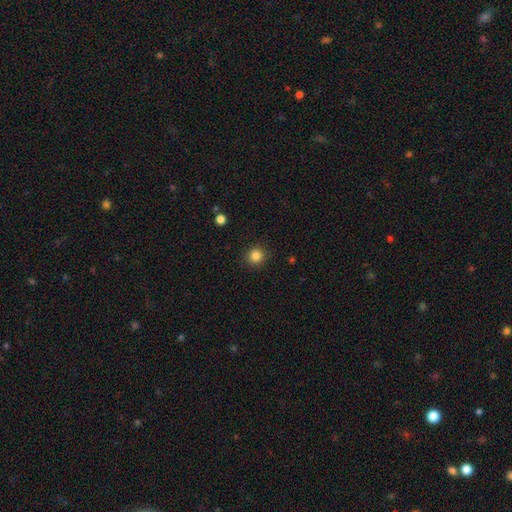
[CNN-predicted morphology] Smooth or featured: smooth — 84% (star or artifact — 12%)
How rounded: round — 93% (in between — 6%)
Merging: none — 91% (minor disturbance — 6%)